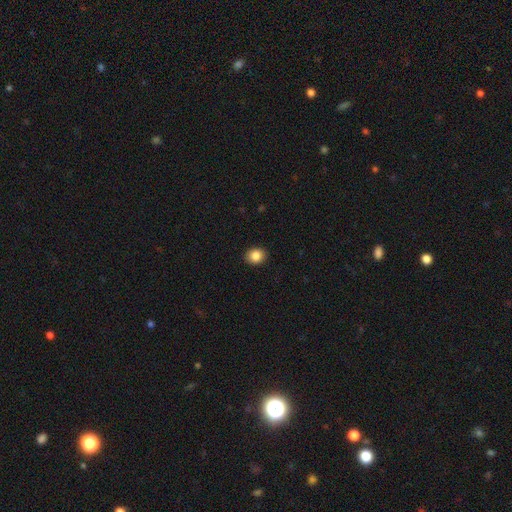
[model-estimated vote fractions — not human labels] Smooth or featured?
  - smooth: 86% *
  - star or artifact: 9%
  - featured or disk: 5%
How rounded?
  - round: 56% *
  - in between: 43%
  - cigar-shaped: 1%
Merging?
  - none: 91% *
  - minor disturbance: 7%
  - major disturbance: 2%
  - merger: 1%